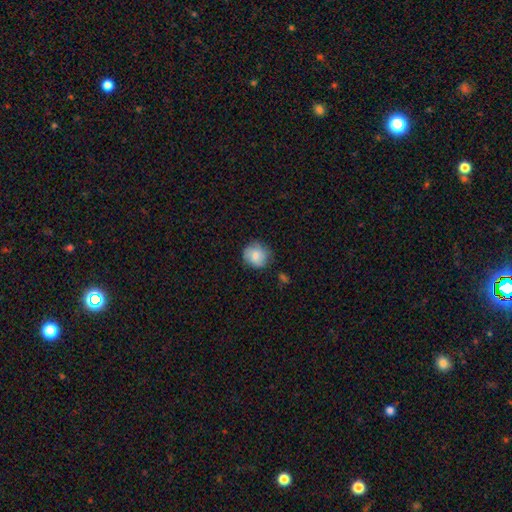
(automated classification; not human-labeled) smooth-or-featured: smooth: 75% | featured or disk: 17% | star or artifact: 7%
  how-rounded: round: 81% | in between: 18% | cigar-shaped: 1%
  merging: none: 70% | minor disturbance: 22% | major disturbance: 5% | merger: 2%